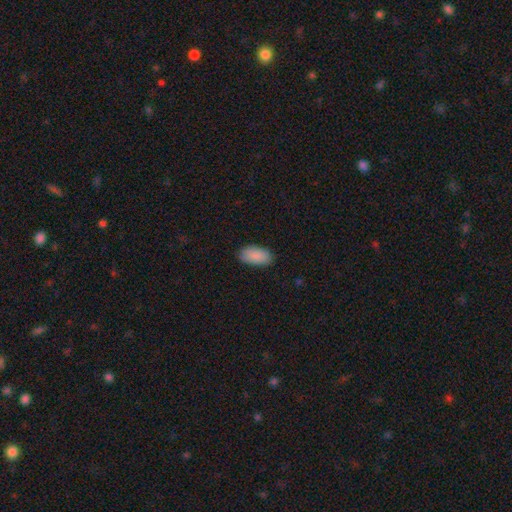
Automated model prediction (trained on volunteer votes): Overall: smooth (89%). How rounded: in between (94%). Merging: none (85%).